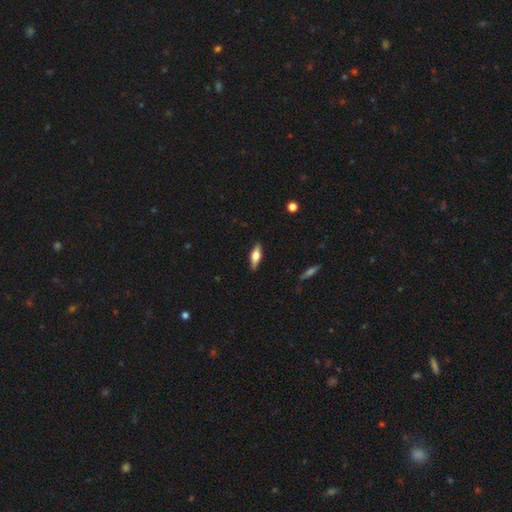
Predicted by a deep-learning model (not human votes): Morphology: type=smooth (54%); roundness=in between (54%); merging=none (86%).